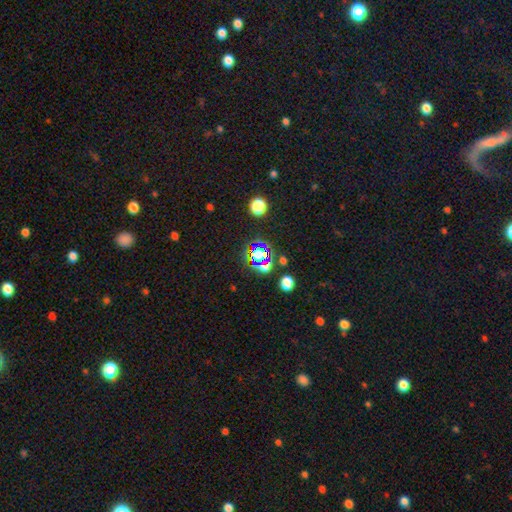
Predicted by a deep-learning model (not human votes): Smooth or featured: star or artifact — 63% (smooth — 26%)